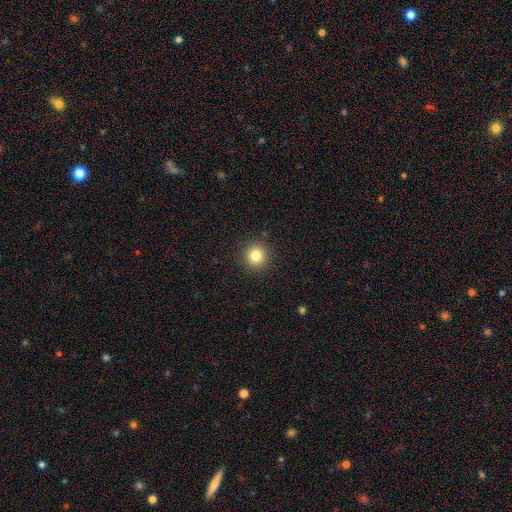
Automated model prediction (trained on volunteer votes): smooth 82%, star or artifact 12%, featured or disk 6%. Down the decision tree: how rounded — round (93%); merging — none (91%).